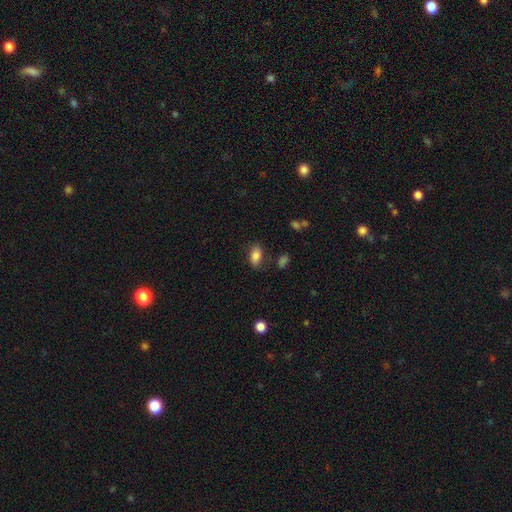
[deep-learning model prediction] This appears to be a smooth galaxy with no disk features (83%) that is in between round and cigar-shaped (90%). Merging: none (77%).